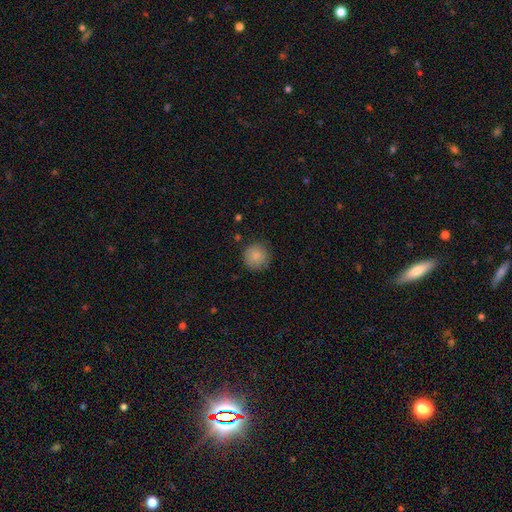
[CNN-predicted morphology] type=smooth (85%); roundness=round (94%); merging=none (85%).